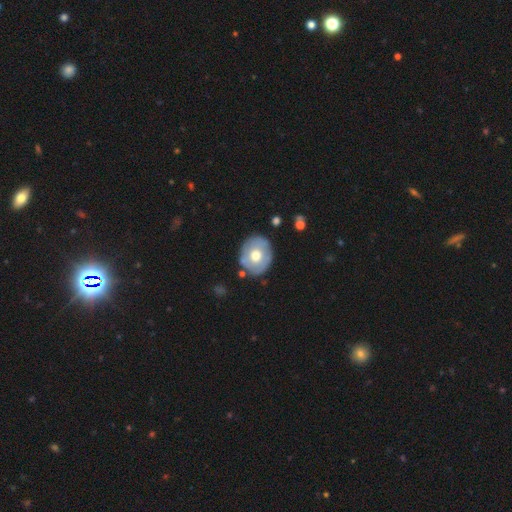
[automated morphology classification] The model was most divided on "smooth or featured": smooth: 53%, featured or disk: 41%, star or artifact: 6%. More confident: merging — none (80%); how rounded — round (62%).